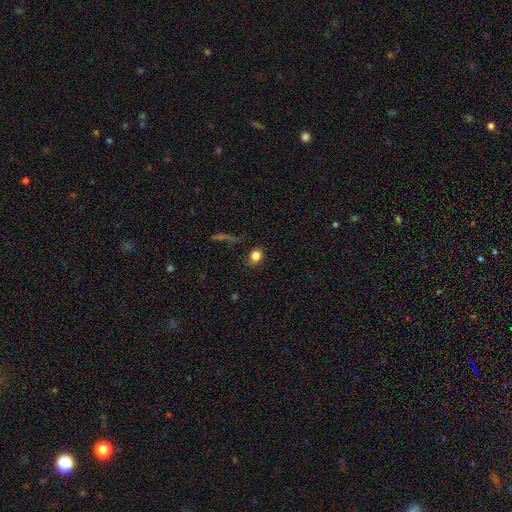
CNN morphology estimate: Smooth or featured? smooth (83%)
How rounded? round (57%)
Merging? none (84%)